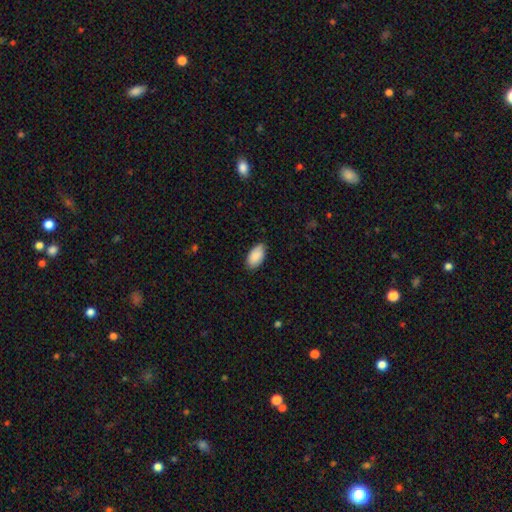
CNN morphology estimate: smooth 90%, star or artifact 6%, featured or disk 4%. Down the decision tree: how rounded — in between (95%); merging — none (84%).